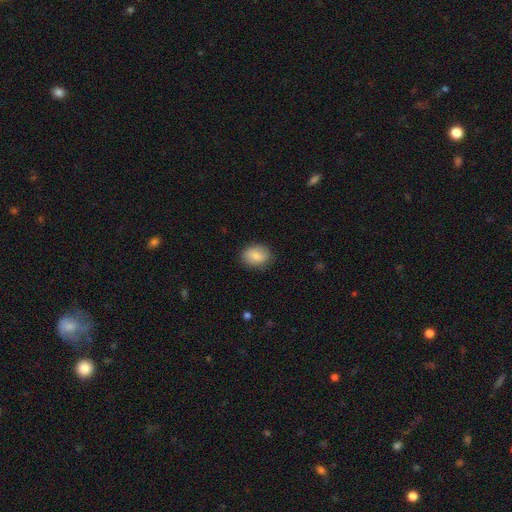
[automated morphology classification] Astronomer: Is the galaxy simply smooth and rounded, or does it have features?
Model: smooth — 84%.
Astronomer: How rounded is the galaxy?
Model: in between — 65%.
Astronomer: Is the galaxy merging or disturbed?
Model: none — 84%.